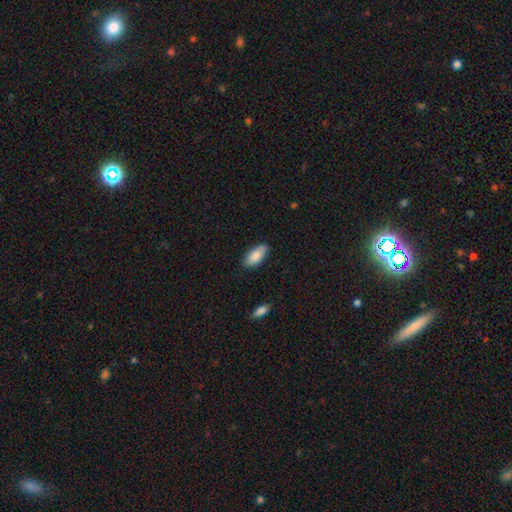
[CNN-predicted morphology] A smooth galaxy with no disk features (85%) that is in between round and cigar-shaped (90%). Merging: none (83%).